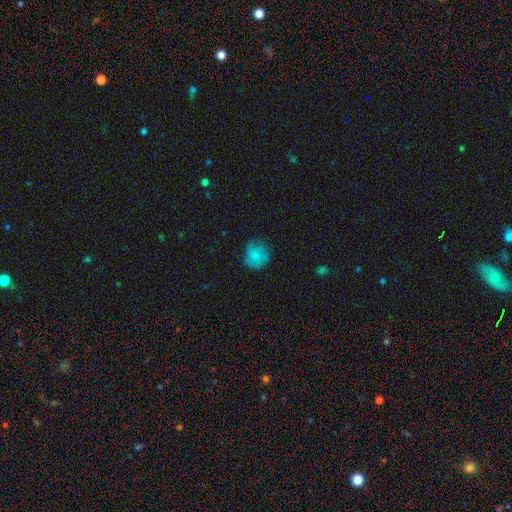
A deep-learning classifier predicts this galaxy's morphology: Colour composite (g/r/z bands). It shows a smooth galaxy with no disk features (64%) that is round (78%). Merging: none (65%).